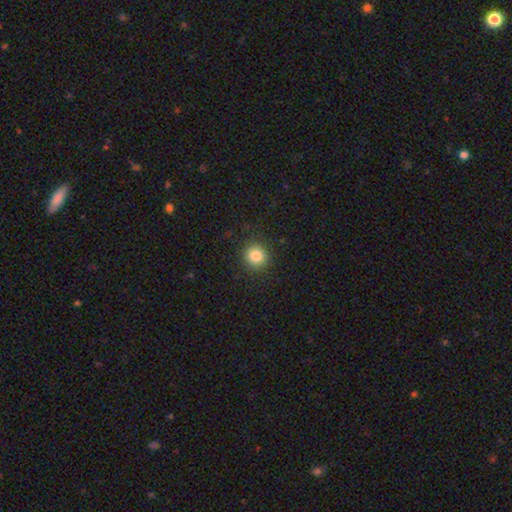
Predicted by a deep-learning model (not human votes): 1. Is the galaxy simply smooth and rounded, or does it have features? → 83% smooth, 11% star or artifact, 6% featured or disk.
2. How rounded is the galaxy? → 92% round, 7% in between, 1% cigar-shaped.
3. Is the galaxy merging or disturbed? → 90% none, 6% minor disturbance, 2% major disturbance, 1% merger.